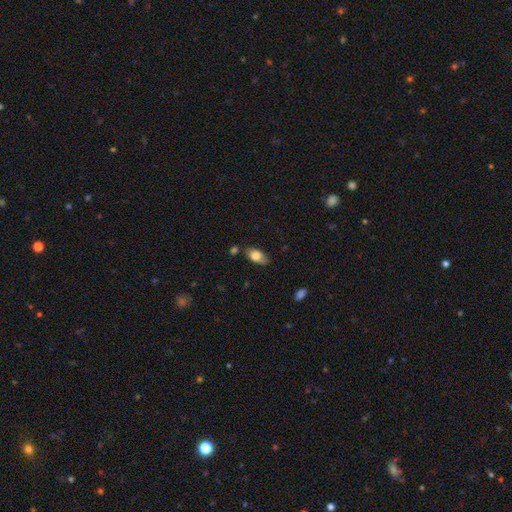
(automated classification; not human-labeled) The model was most divided on "merging": none: 69%, minor disturbance: 21%, merger: 5%, major disturbance: 5%. More confident: how rounded — in between (90%); smooth or featured — smooth (76%).